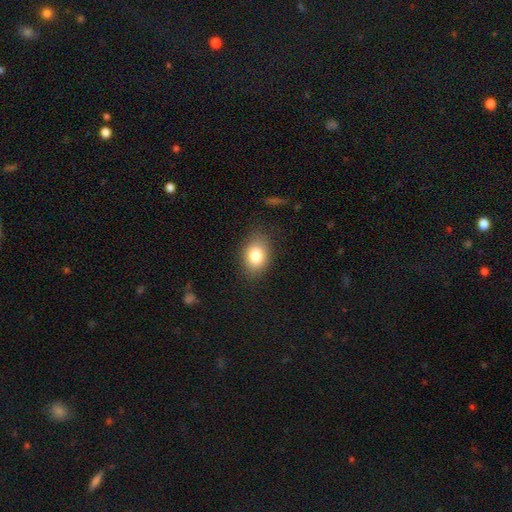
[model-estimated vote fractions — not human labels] smooth-or-featured: smooth: 80% | featured or disk: 10% | star or artifact: 10%
  how-rounded: in between: 70% | round: 29% | cigar-shaped: 1%
  merging: none: 82% | minor disturbance: 13% | major disturbance: 4% | merger: 1%